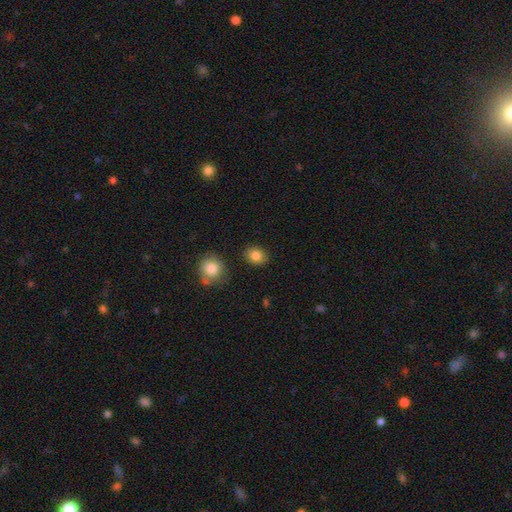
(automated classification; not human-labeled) This appears to be a smooth galaxy with no disk features (84%) that is round (60%). Merging: none (87%).